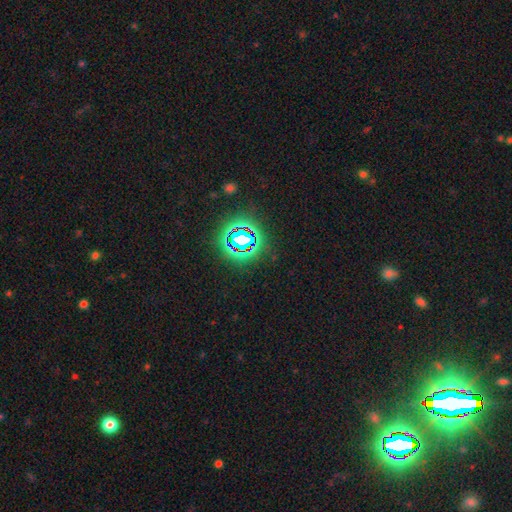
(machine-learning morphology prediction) type=star or artifact (80%).